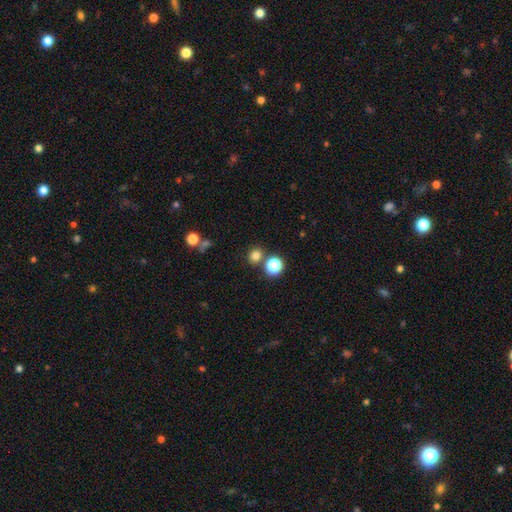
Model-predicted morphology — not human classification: Smooth or featured? smooth (78%)
How rounded? round (83%)
Merging? none (76%)